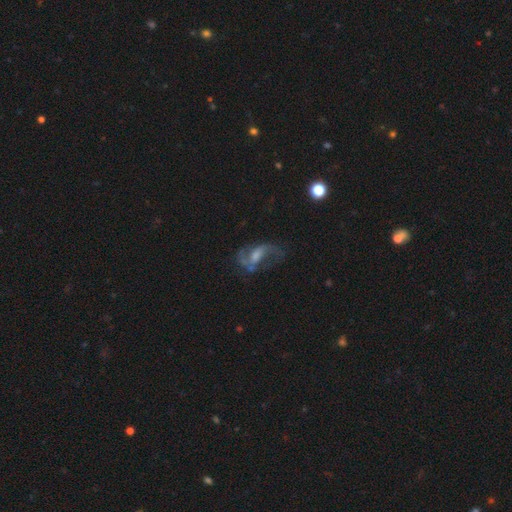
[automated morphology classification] Smooth or featured: featured or disk — 77% (smooth — 13%)
Edge-on disk: no — 96% (yes — 4%)
Bar: weak — 49% (no — 33%)
Spiral arms: yes — 88% (no — 12%)
Spiral winding: loose — 64% (medium — 29%)
Spiral arm count: 2 — 80% (can't tell — 7%)
Bulge size: moderate — 40% (small — 34%)
Merging: none — 52% (major disturbance — 26%)